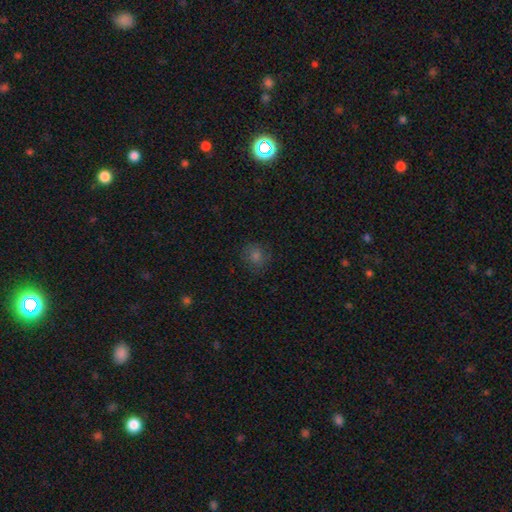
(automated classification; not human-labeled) A smooth galaxy with no disk features (66%) that is round (80%). Merging: none (82%).